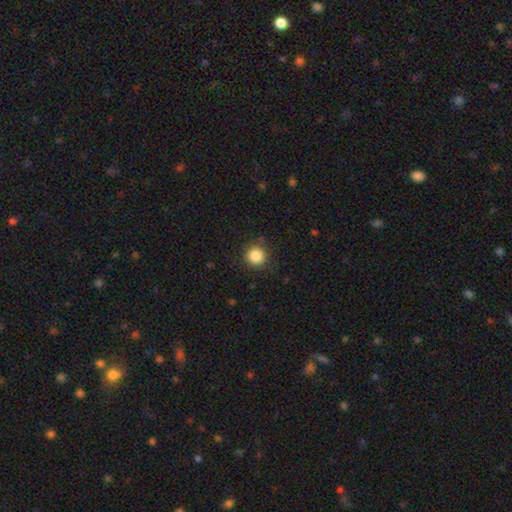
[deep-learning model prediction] This is clearly a smooth galaxy (86%). How rounded: clearly round (94%). Merging: clearly none (88%).